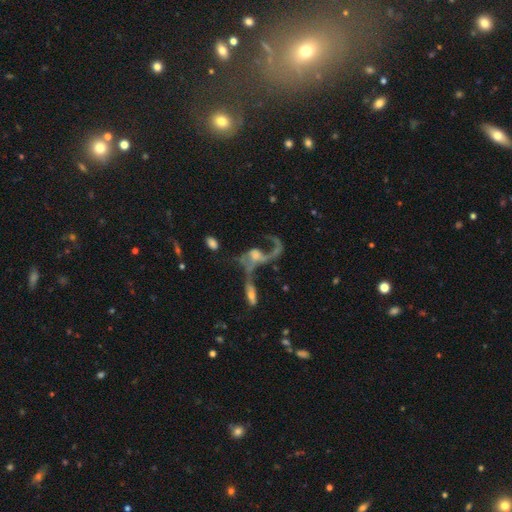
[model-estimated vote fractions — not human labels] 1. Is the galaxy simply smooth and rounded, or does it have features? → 73% featured or disk, 14% smooth, 12% star or artifact.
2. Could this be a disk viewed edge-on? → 92% no, 8% yes.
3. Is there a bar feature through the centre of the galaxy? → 65% no, 27% weak, 8% strong.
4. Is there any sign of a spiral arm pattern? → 78% yes, 22% no.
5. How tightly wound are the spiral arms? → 77% loose, 17% medium, 5% tight.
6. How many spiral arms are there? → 46% 1, 40% 2, 8% can't tell, 2% 3, 1% 4, 1% more than 4.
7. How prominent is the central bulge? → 40% moderate, 26% small, 17% none, 14% large, 3% dominant.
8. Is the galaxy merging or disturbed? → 48% merger, 26% major disturbance, 19% none, 8% minor disturbance.